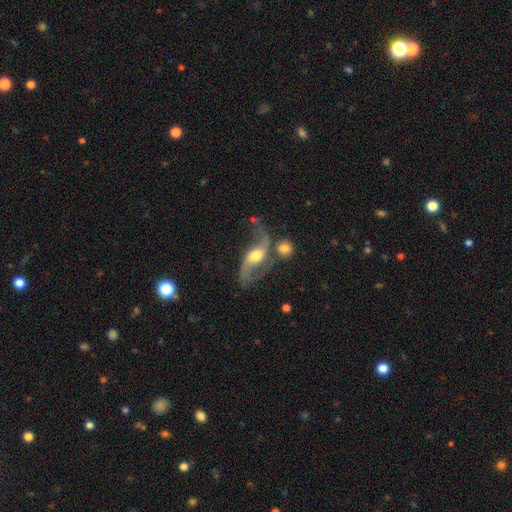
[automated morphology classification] smooth-or-featured: featured or disk: 84% | smooth: 11% | star or artifact: 5%
  disk-edge-on: no: 93% | yes: 7%
    bar: no: 40% | weak: 39% | strong: 21%
    has-spiral-arms: yes: 93% | no: 7%
      spiral-winding: loose: 81% | medium: 15% | tight: 4%
      spiral-arm-count: 2: 91% | 1: 3% | can't tell: 3% | 3: 1% | 4: 1% | more than 4: 1%
    bulge-size: moderate: 69% | small: 16% | large: 12% | none: 2% | dominant: 1%
  merging: none: 48% | minor disturbance: 18% | merger: 18% | major disturbance: 16%